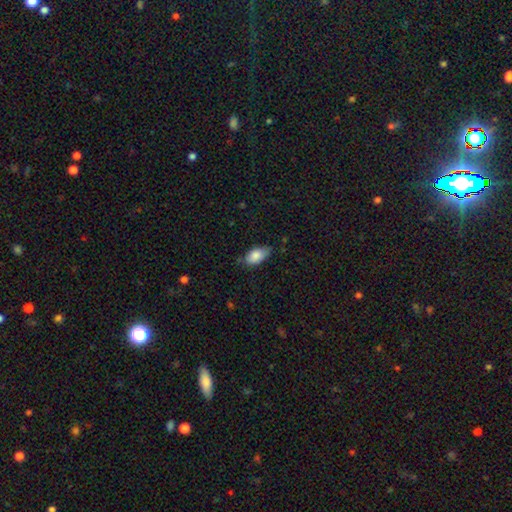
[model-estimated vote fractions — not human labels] The model was most divided on "merging": none: 67%, minor disturbance: 27%, major disturbance: 4%, merger: 2%. More confident: how rounded — in between (92%); smooth or featured — smooth (84%).